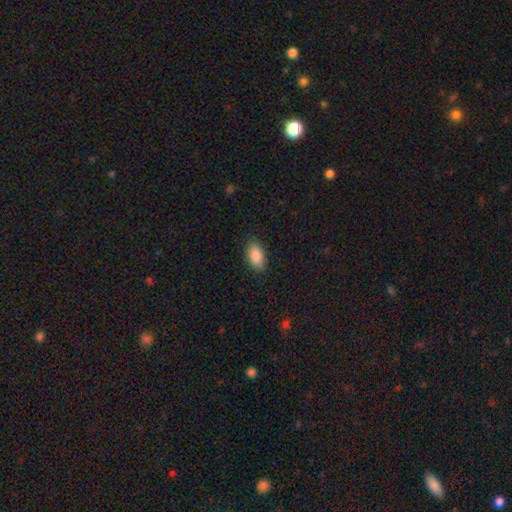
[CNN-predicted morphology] Smooth or featured? Predicted: smooth (p=0.88). How rounded? Predicted: in between (p=0.92). Merging? Predicted: none (p=0.88).